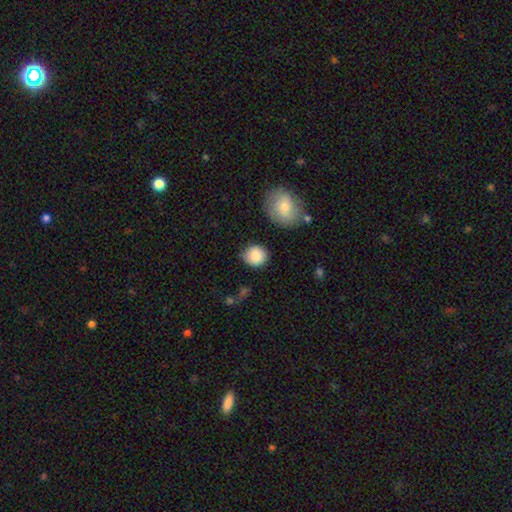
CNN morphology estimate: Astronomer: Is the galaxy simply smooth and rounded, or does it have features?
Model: smooth — 85%.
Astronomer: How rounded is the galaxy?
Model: round — 84%.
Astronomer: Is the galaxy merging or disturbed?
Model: none — 80%.